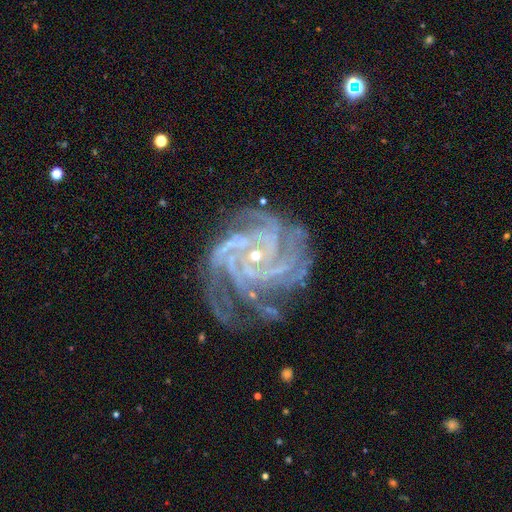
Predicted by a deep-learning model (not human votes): Overall: featured or disk (91%). Edge-on disk: no (98%). Bar: no (65%). Spiral arms: yes (98%). Spiral arm count: 4 (36%; more than 4 28%). Spiral winding: tight (69%). Bulge size: small (82%). Merging: none (64%).